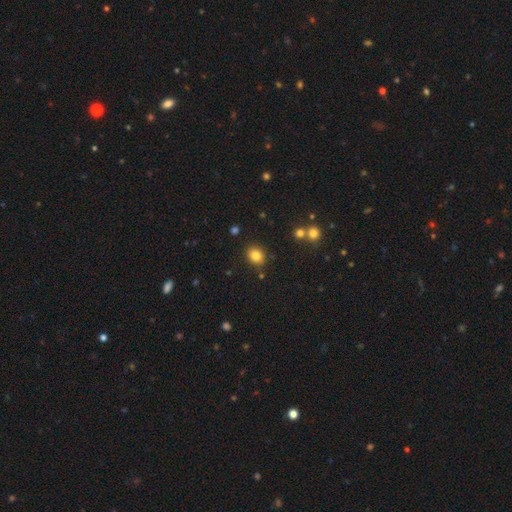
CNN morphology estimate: The model was most divided on "how rounded": round: 53%, in between: 46%, cigar-shaped: 1%. More confident: merging — none (86%); smooth or featured — smooth (83%).